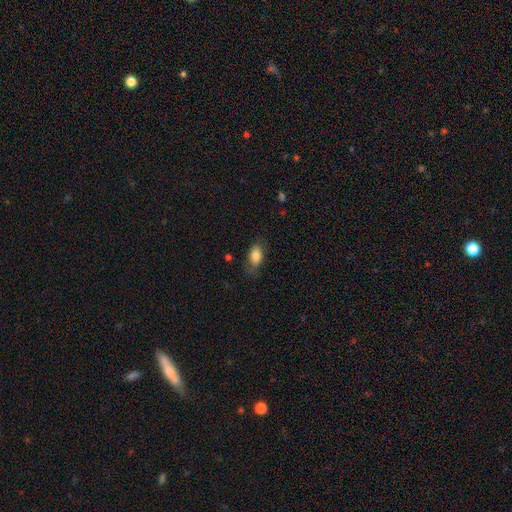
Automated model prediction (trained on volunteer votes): Smooth or featured? Predicted: smooth (p=0.79). How rounded? Predicted: in between (p=0.88). Merging? Predicted: none (p=0.64).